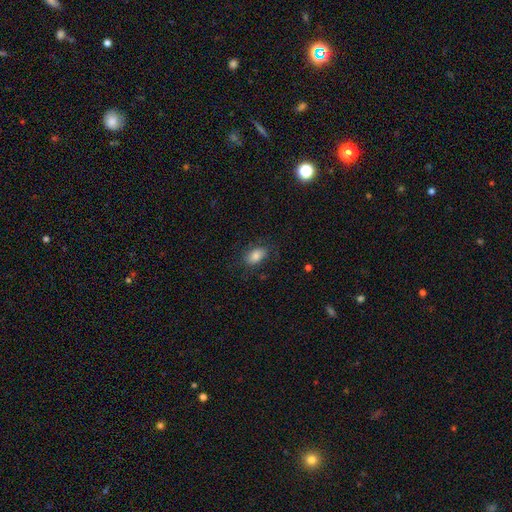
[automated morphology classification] Smooth or featured? smooth (79%)
How rounded? in between (87%)
Merging? none (75%)